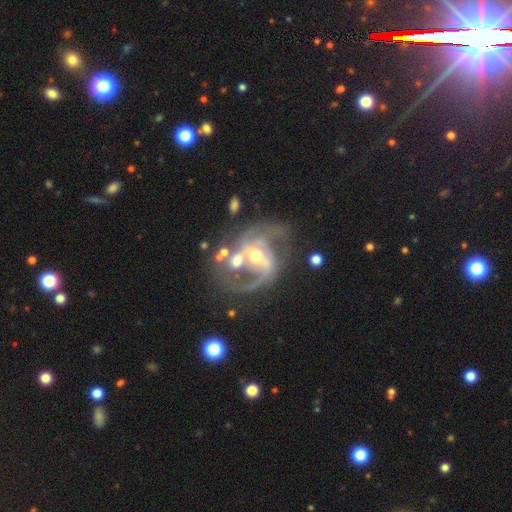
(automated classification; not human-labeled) featured or disk 84%, smooth 8%, star or artifact 8%. Down the decision tree: edge-on disk — no (97%); bar — strong (41%); spiral arms — yes (86%); spiral arm count — 2 (69%); spiral winding — medium (50%); bulge size — moderate (58%); merging — none (39%).